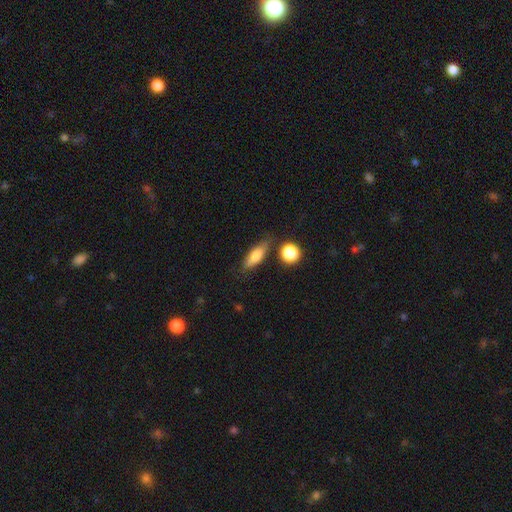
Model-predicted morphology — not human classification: smooth-or-featured: smooth: 73% | featured or disk: 19% | star or artifact: 8%
  how-rounded: in between: 62% | cigar-shaped: 32% | round: 6%
  merging: none: 72% | minor disturbance: 17% | merger: 6% | major disturbance: 5%